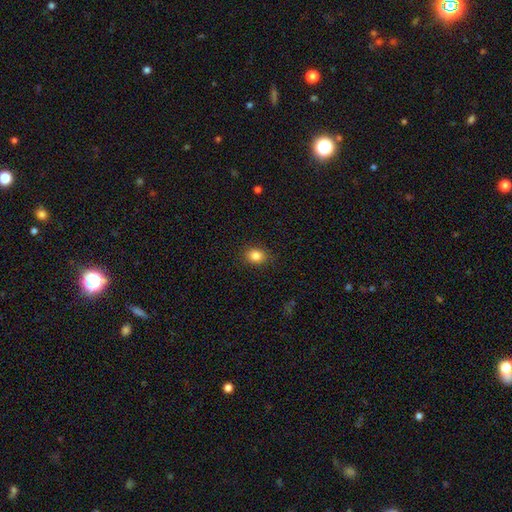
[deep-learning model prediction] A smooth galaxy with no disk features (84%) that is round (55%). Merging: none (87%).